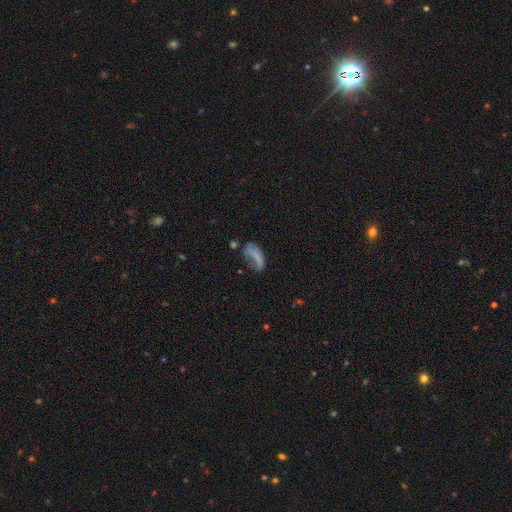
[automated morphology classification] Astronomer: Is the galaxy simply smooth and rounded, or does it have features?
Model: smooth — 57%.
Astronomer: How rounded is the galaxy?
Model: in between — 78%.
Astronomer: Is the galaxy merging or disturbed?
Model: major disturbance — 39% (runner-up: none, 27%).